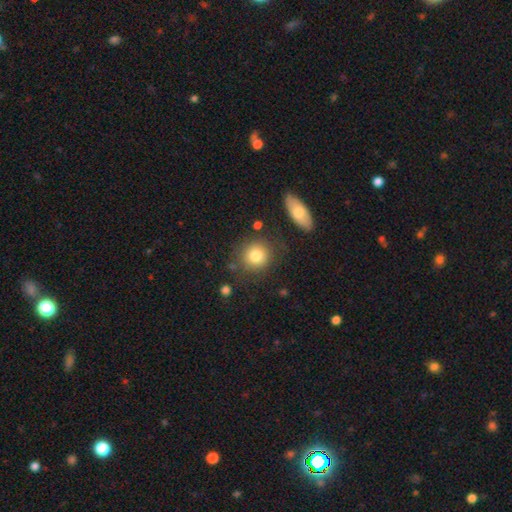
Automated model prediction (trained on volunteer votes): A smooth galaxy with no disk features (81%) that is round (86%). Merging: none (78%).